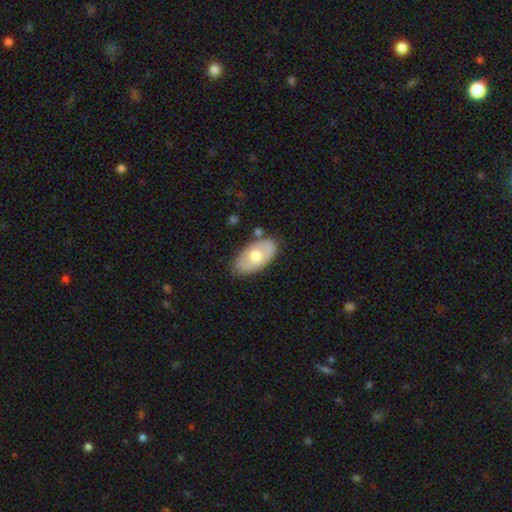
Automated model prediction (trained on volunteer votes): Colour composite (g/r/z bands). It shows a smooth galaxy with no disk features (61%) that is in between round and cigar-shaped (94%). Merging: none (76%).